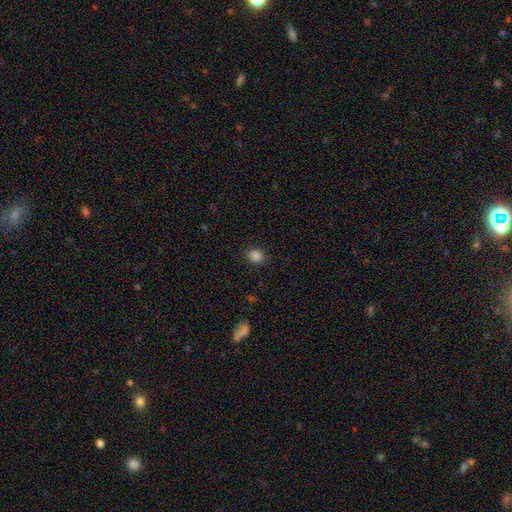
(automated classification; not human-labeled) The model was most divided on "how rounded": round: 69%, in between: 30%, cigar-shaped: 1%. More confident: merging — none (87%); smooth or featured — smooth (85%).